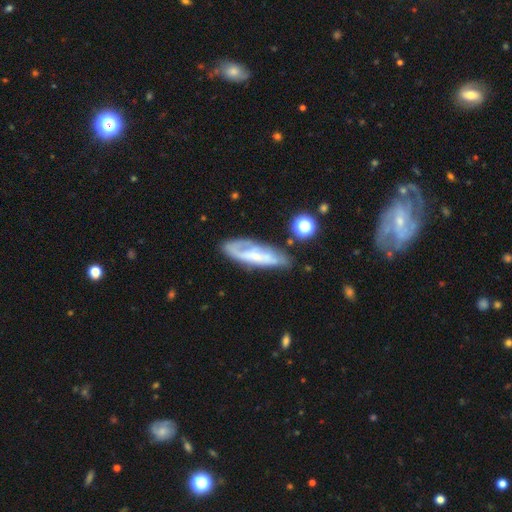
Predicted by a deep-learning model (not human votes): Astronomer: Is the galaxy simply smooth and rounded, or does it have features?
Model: featured or disk — 61%.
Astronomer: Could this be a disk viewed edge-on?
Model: no — 75%.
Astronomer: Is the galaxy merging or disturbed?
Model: none — 60%.